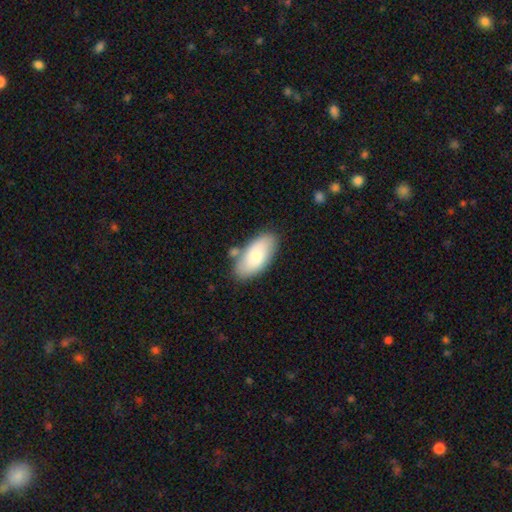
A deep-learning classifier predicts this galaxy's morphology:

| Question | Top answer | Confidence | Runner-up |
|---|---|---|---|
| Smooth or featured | smooth | 68% | featured or disk (26%) |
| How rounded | in between | 93% | cigar-shaped (5%) |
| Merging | none | 71% | minor disturbance (15%) |